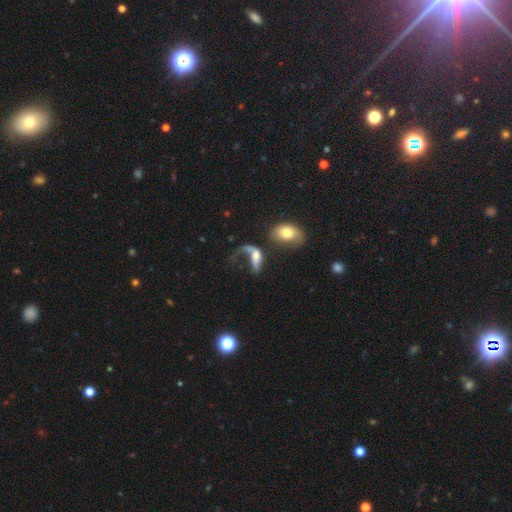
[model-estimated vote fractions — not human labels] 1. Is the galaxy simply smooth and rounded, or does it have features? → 58% featured or disk, 32% smooth, 10% star or artifact.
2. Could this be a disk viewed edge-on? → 89% no, 11% yes.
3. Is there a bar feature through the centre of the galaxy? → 61% no, 27% weak, 12% strong.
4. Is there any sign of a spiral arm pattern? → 70% yes, 30% no.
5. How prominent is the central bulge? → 51% moderate, 26% small, 13% large, 7% none, 3% dominant.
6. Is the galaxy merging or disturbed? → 43% major disturbance, 27% merger, 18% none, 11% minor disturbance.